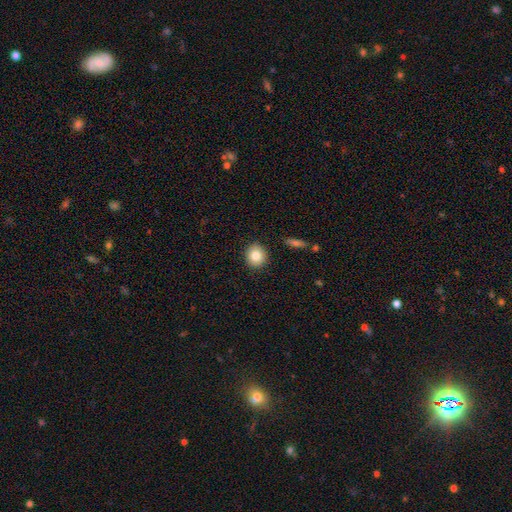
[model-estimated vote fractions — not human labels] This appears to be a smooth galaxy with no disk features (83%) that is round (82%). Merging: none (91%).